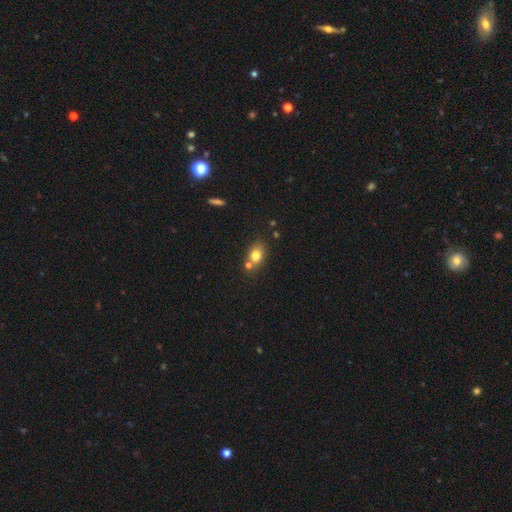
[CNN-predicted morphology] Smooth or featured? smooth (77%)
How rounded? in between (63%)
Merging? none (59%)